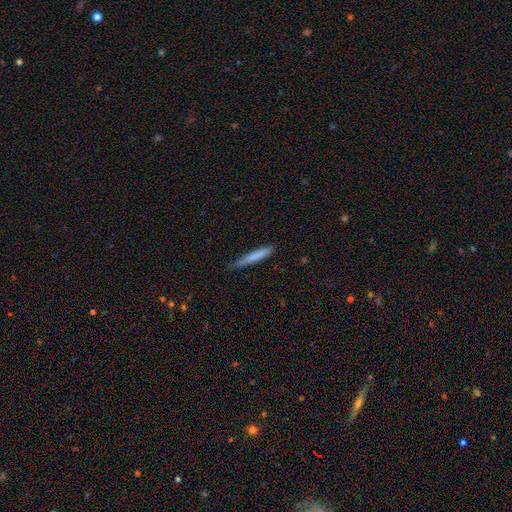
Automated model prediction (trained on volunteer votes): Smooth or featured? Predicted: smooth (p=0.75). How rounded? Predicted: cigar-shaped (p=0.95). Merging? Predicted: none (p=0.75).